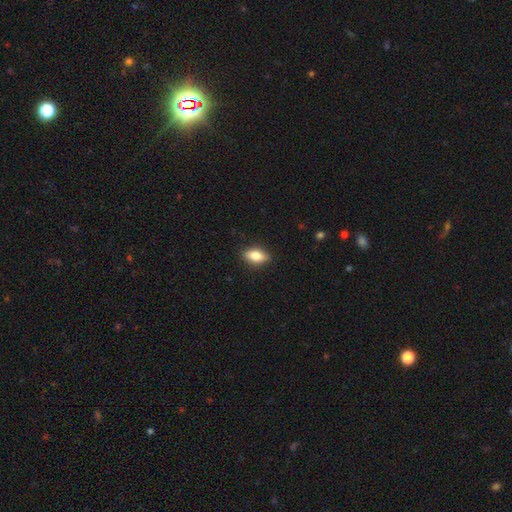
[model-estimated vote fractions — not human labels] This is likely a smooth galaxy (78%). How rounded: clearly in between (85%). Merging: clearly none (87%).